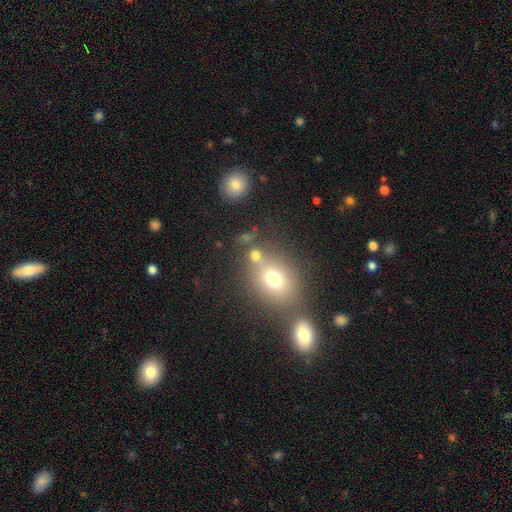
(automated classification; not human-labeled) Overall: smooth (68%). How rounded: round (63%; in between 34%). Merging: none (55%; merger 27%).